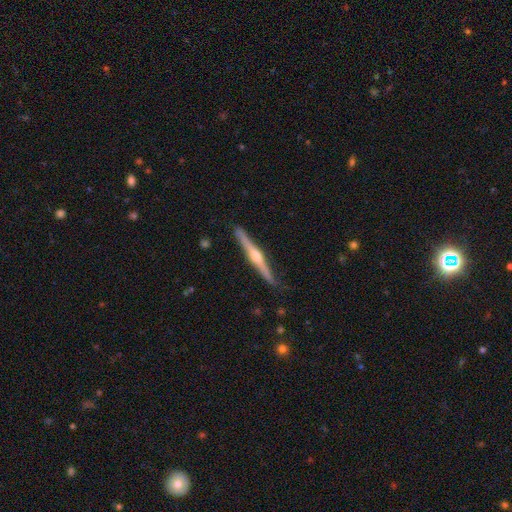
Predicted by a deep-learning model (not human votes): This is clearly a featured or disk galaxy (80%). It is clearly viewed edge-on (98%). Edge-on bulge: clearly rounded (92%). Merging: clearly none (87%).